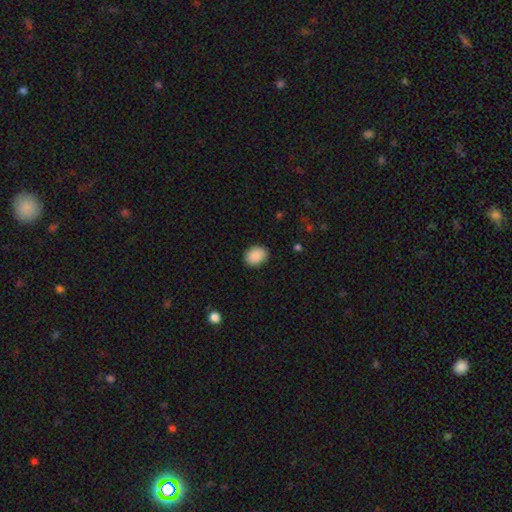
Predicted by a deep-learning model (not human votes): smooth 90%, star or artifact 7%, featured or disk 3%. Down the decision tree: how rounded — in between (64%); merging — none (88%).